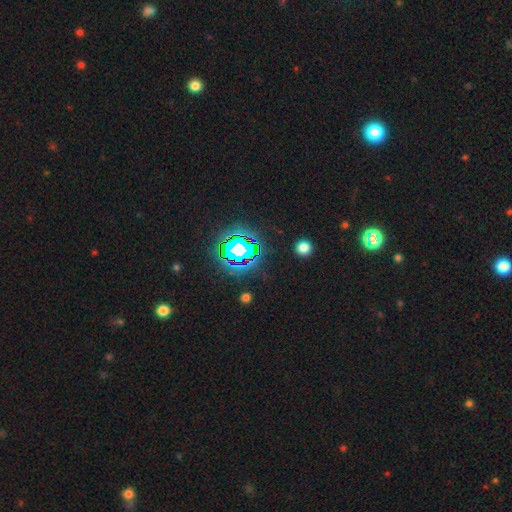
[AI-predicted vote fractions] Morphology: type=star or artifact (79%).